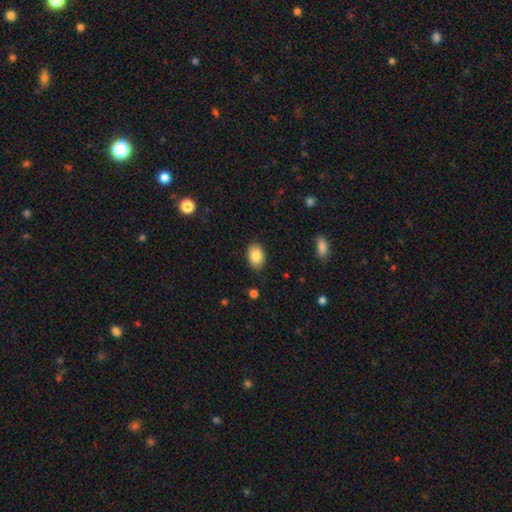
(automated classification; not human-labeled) This is clearly a smooth galaxy (86%). How rounded: likely in between (77%). Merging: clearly none (86%).